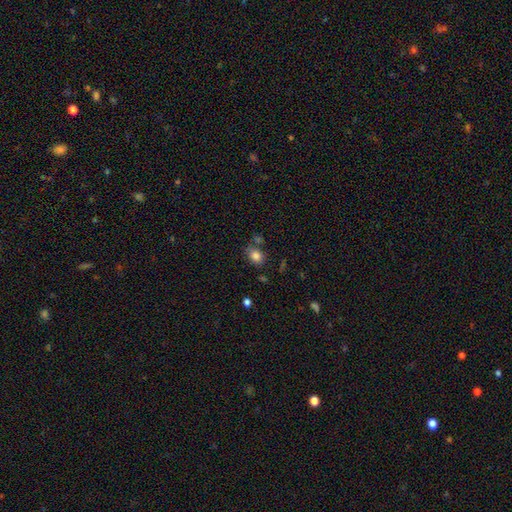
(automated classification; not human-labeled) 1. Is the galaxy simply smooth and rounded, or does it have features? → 82% smooth, 11% star or artifact, 7% featured or disk.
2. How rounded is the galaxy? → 56% in between, 43% round, 1% cigar-shaped.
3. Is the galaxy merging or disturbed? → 67% none, 17% minor disturbance, 11% merger, 5% major disturbance.